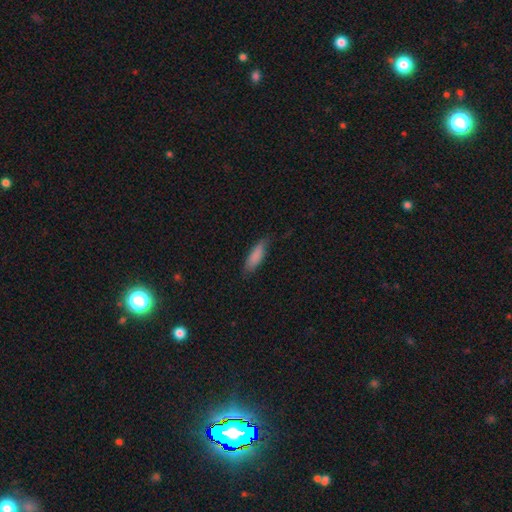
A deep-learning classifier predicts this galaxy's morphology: smooth 85%, featured or disk 9%, star or artifact 6%. Down the decision tree: how rounded — in between (49%, tied with cigar-shaped); merging — none (74%).